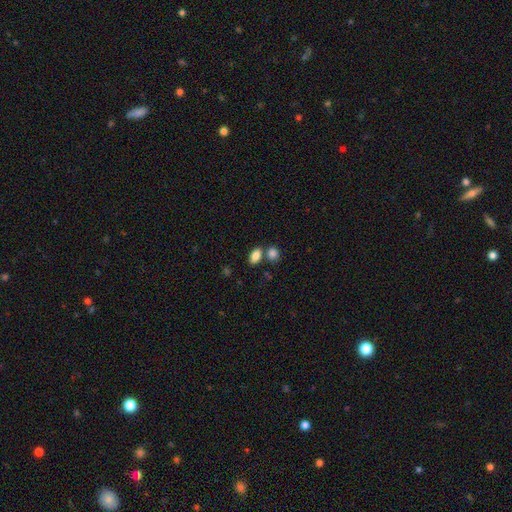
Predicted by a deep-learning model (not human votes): This appears to be a smooth galaxy with no disk features (85%) that is in between round and cigar-shaped (87%). Merging: none (60%).